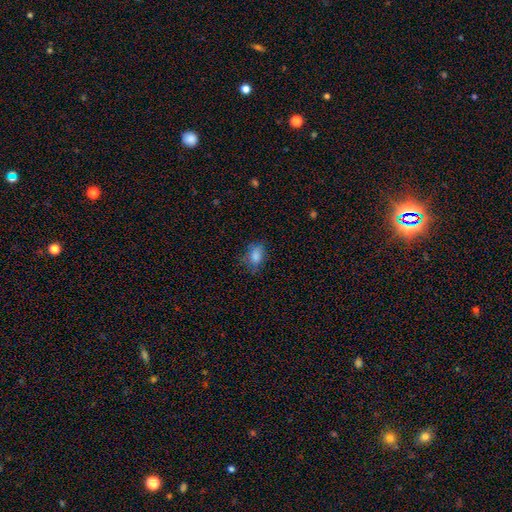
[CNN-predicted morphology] A smooth galaxy with no disk features (80%) that is in between round and cigar-shaped (79%). Merging: none (66%).